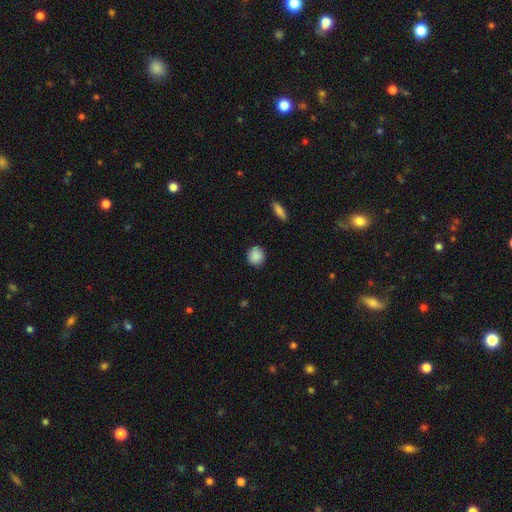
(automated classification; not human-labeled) The model was most divided on "how rounded": round: 88%, in between: 11%, cigar-shaped: 1%. More confident: merging — none (90%); smooth or featured — smooth (89%).